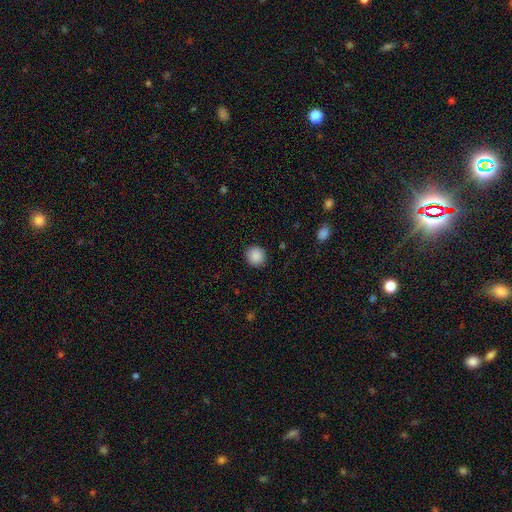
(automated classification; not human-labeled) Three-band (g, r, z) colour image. It shows a smooth galaxy with no disk features (89%) that is round (94%). Merging: none (91%).